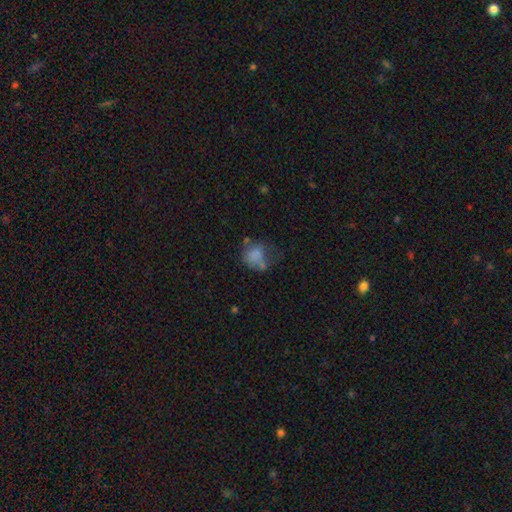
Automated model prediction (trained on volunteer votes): Overall: smooth (68%). How rounded: round (61%; in between 38%). Merging: none (33%; major disturbance 27%).